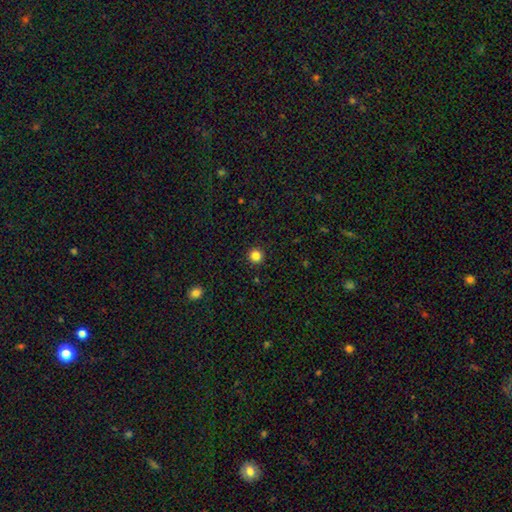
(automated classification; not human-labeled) smooth_or_featured: smooth (p=0.84) [alt: star or artifact p=0.12]
how_rounded: round (p=0.95) [alt: in between p=0.04]
merging: none (p=0.93) [alt: minor disturbance p=0.04]